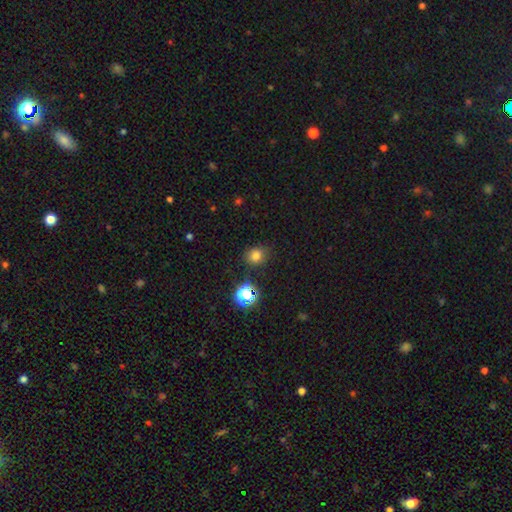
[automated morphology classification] This is likely a smooth galaxy (76%). How rounded: likely round (71%). Merging: clearly none (80%).